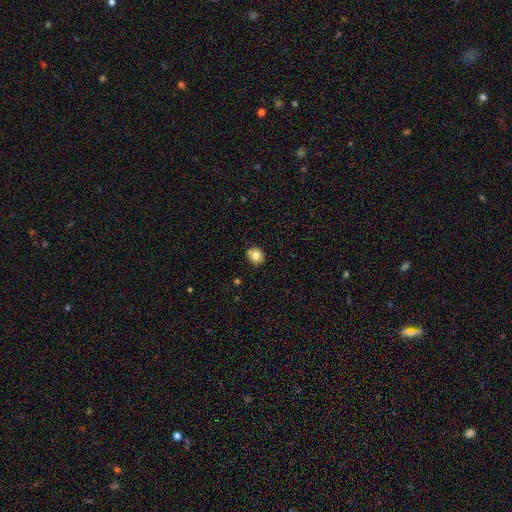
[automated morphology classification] This is likely a smooth galaxy (79%). How rounded: clearly round (84%). Merging: likely none (76%).